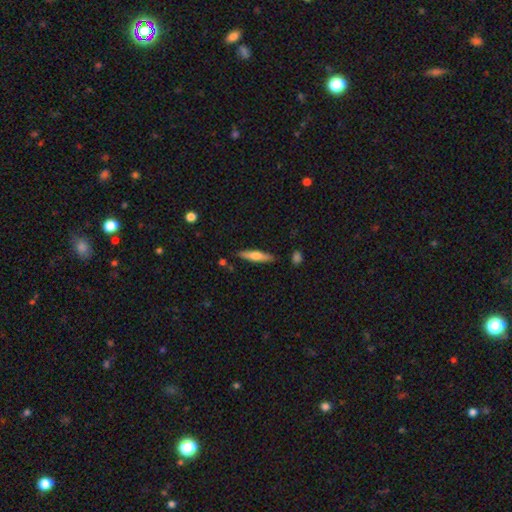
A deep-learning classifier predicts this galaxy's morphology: Smooth or featured: smooth — 54% (featured or disk — 40%)
How rounded: cigar-shaped — 81% (in between — 18%)
Merging: none — 86% (minor disturbance — 10%)